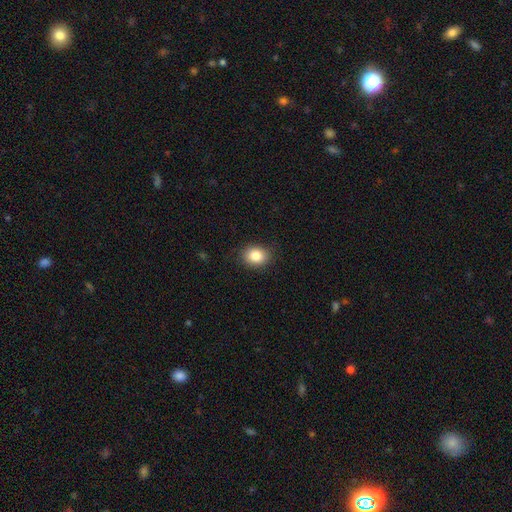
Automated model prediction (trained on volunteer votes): The model was most divided on "how rounded": round: 51%, in between: 48%, cigar-shaped: 1%. More confident: merging — none (86%); smooth or featured — smooth (85%).